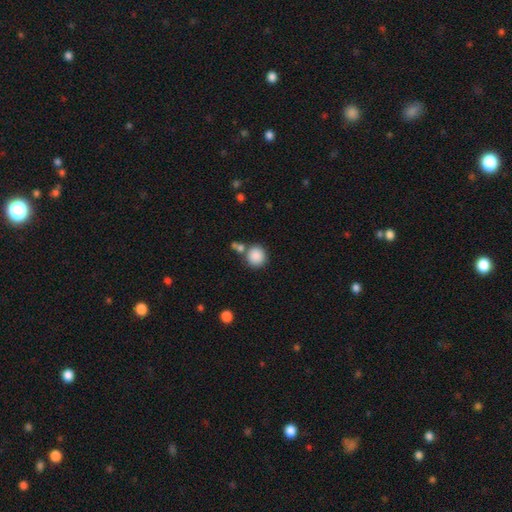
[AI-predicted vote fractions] Q: Smooth or featured?
A: smooth (87%); runner-up: star or artifact (9%)
Q: How rounded?
A: round (89%); runner-up: in between (10%)
Q: Merging?
A: none (71%); runner-up: merger (15%)